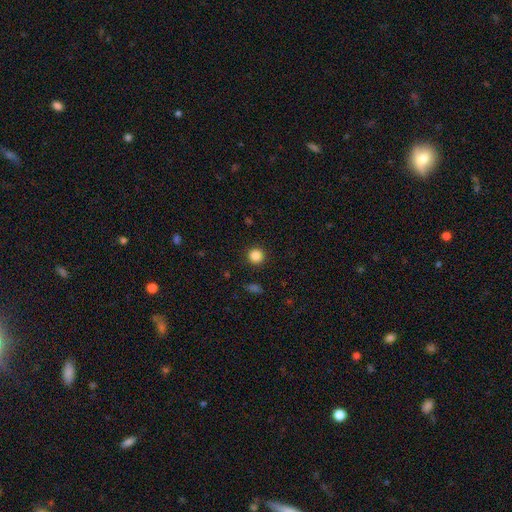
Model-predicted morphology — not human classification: Smooth or featured?
  - smooth: 86% *
  - star or artifact: 11%
  - featured or disk: 3%
How rounded?
  - round: 95% *
  - in between: 4%
  - cigar-shaped: 1%
Merging?
  - none: 92% *
  - minor disturbance: 5%
  - major disturbance: 2%
  - merger: 1%